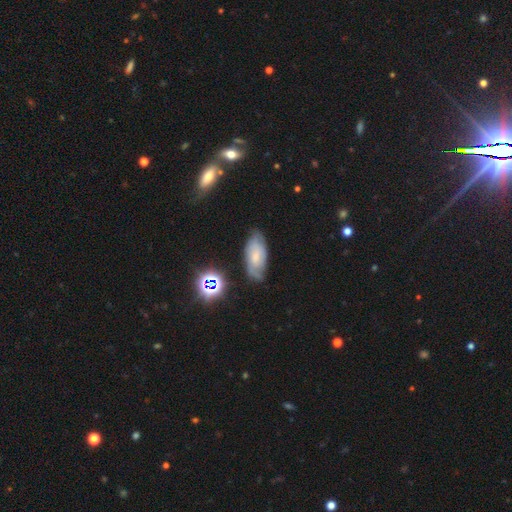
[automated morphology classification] This is possibly a featured or disk galaxy (49%). Merging: likely none (70%).